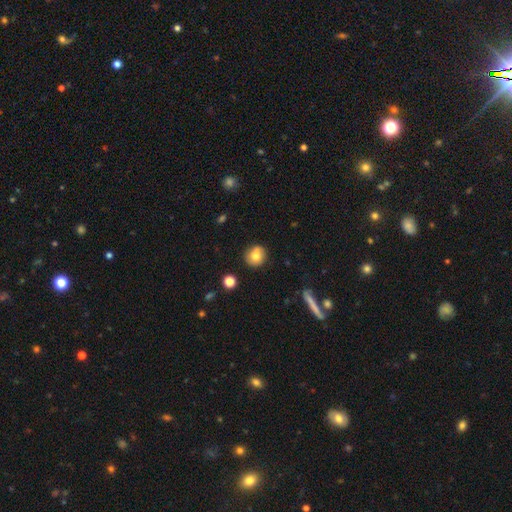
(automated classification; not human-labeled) Morphology: type=smooth (75%); roundness=round (83%); merging=none (78%).